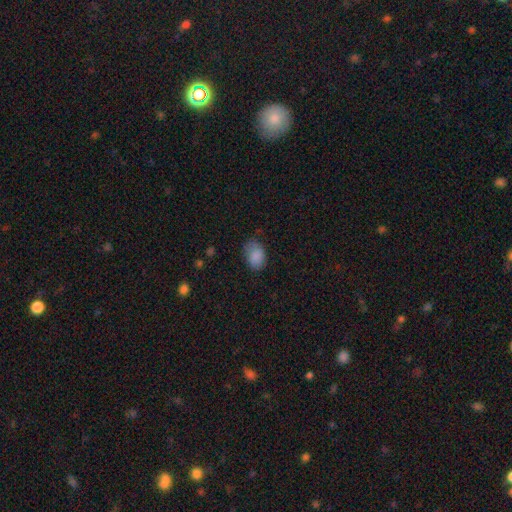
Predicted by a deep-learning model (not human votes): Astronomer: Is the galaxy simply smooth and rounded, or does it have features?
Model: smooth — 86%.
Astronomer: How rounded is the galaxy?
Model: in between — 80%.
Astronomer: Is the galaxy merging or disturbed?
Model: none — 63%.